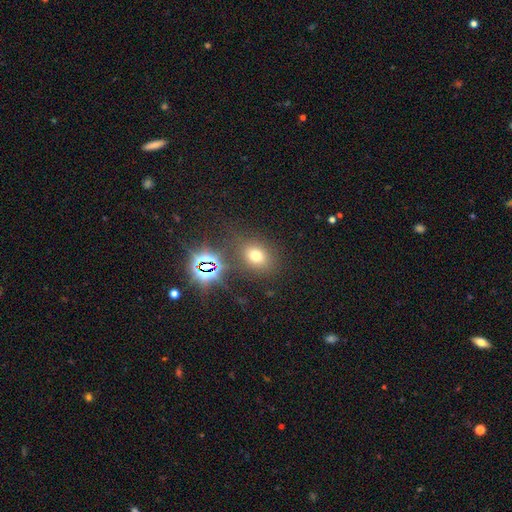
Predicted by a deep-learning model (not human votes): smooth_or_featured: smooth (p=0.62) [alt: star or artifact p=0.28]
how_rounded: in between (p=0.50) [alt: round p=0.49]
merging: none (p=0.80) [alt: minor disturbance p=0.10]